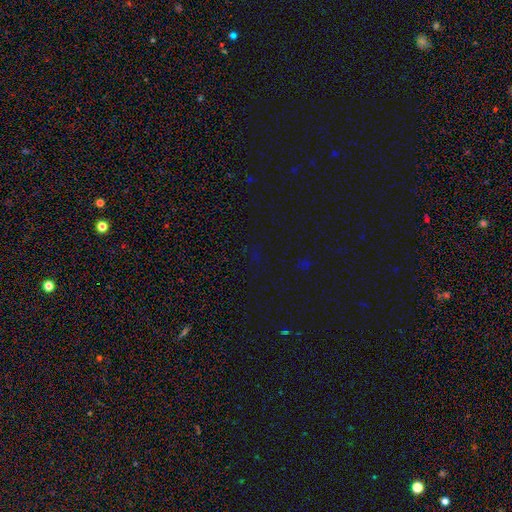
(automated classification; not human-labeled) Overall: star or artifact (72%).